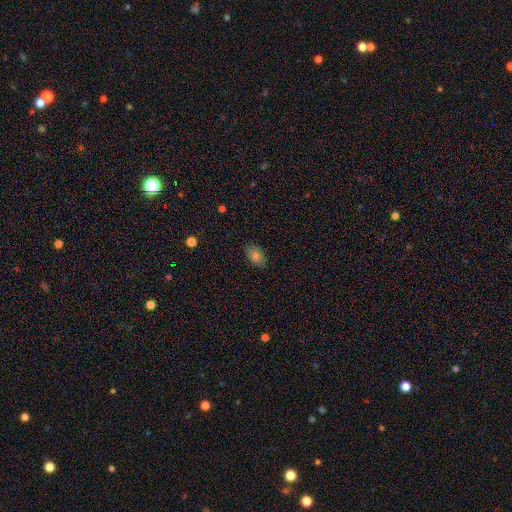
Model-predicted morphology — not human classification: Q: Smooth or featured?
A: smooth (78%); runner-up: featured or disk (13%)
Q: How rounded?
A: in between (87%); runner-up: round (11%)
Q: Merging?
A: none (86%); runner-up: minor disturbance (11%)